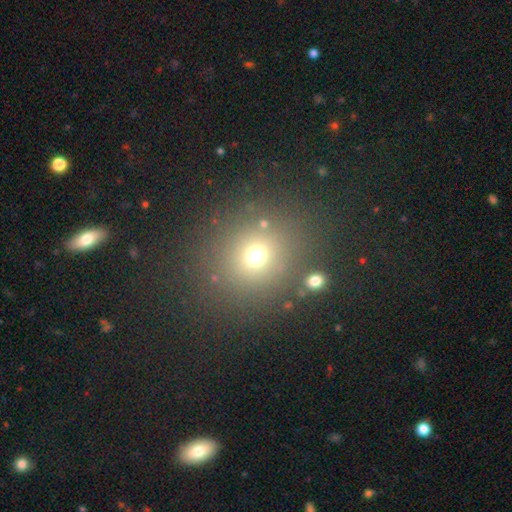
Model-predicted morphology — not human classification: Smooth or featured? smooth (68%)
How rounded? round (85%)
Merging? none (80%)